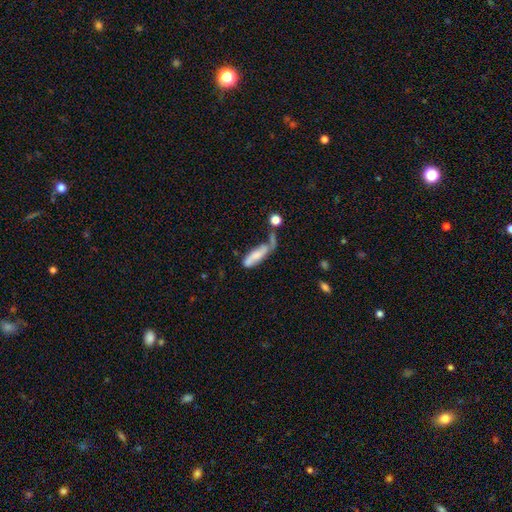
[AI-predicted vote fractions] smooth 60%, featured or disk 33%, star or artifact 8%. Down the decision tree: how rounded — in between (50%); merging — merger (26%).